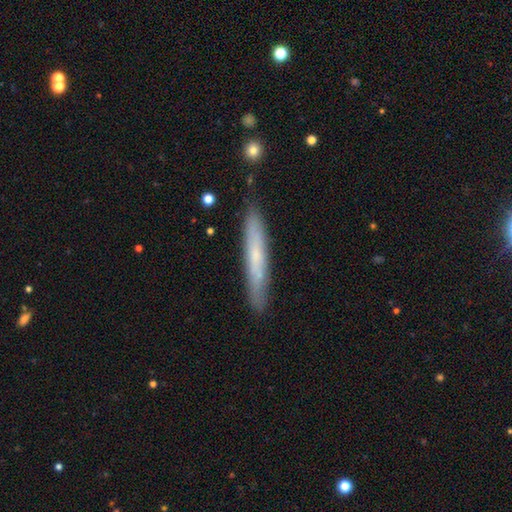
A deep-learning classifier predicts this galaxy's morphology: Smooth or featured: smooth — 52% (featured or disk — 41%)
How rounded: cigar-shaped — 95% (in between — 4%)
Merging: none — 87% (minor disturbance — 10%)